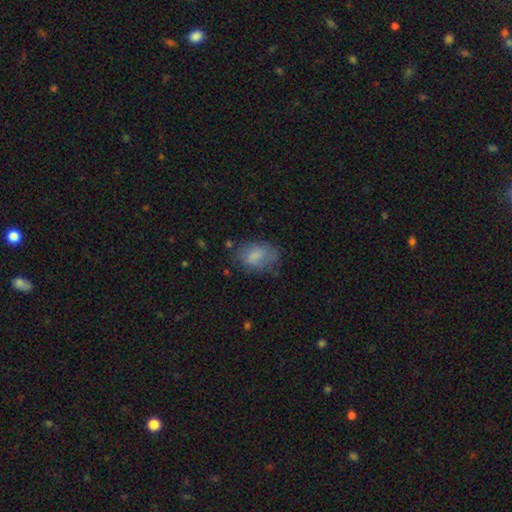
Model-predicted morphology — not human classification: A smooth galaxy with no disk features (76%) that is in between round and cigar-shaped (82%).

Vote fractions:
- Smooth or featured? smooth: 76% / featured or disk: 15% / star or artifact: 8%
- How rounded? in between: 82% / round: 17% / cigar-shaped: 2%
- Merging? none: 59% / minor disturbance: 27% / major disturbance: 11% / merger: 2%